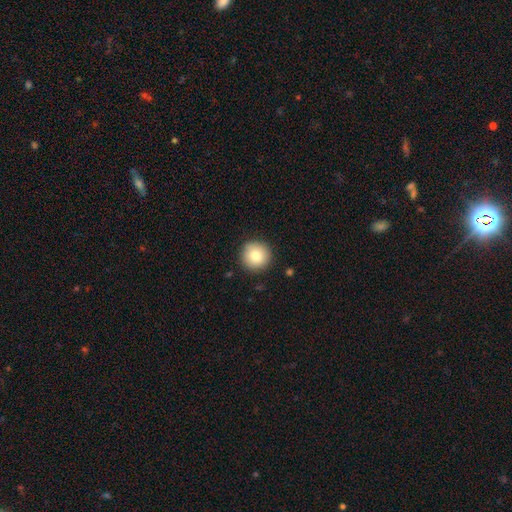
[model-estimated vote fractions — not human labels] Q: Smooth or featured?
A: smooth (82%); runner-up: featured or disk (10%)
Q: How rounded?
A: round (95%); runner-up: in between (4%)
Q: Merging?
A: none (89%); runner-up: minor disturbance (7%)